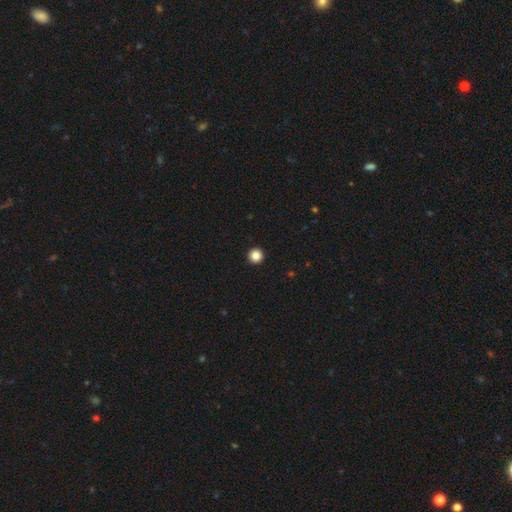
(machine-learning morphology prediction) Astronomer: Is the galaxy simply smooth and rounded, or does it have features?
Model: smooth — 85%.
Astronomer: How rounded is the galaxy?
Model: round — 97%.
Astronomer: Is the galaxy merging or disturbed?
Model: none — 95%.